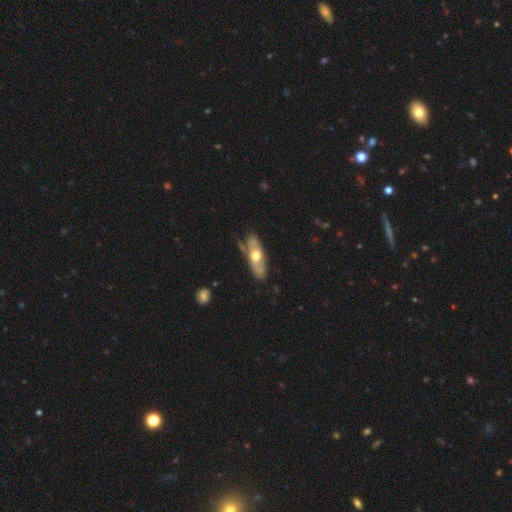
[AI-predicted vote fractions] Smooth or featured?
  - featured or disk: 54% *
  - smooth: 41%
  - star or artifact: 5%
Edge-on disk?
  - no: 63% *
  - yes: 37%
Merging?
  - none: 68% *
  - minor disturbance: 22%
  - major disturbance: 6%
  - merger: 5%